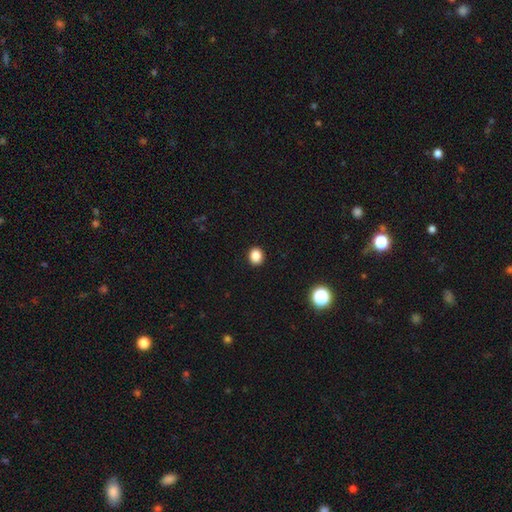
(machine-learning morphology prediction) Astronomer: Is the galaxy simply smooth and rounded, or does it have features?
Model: smooth — 87%.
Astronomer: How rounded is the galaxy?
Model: round — 63%.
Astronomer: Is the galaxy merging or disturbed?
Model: none — 92%.